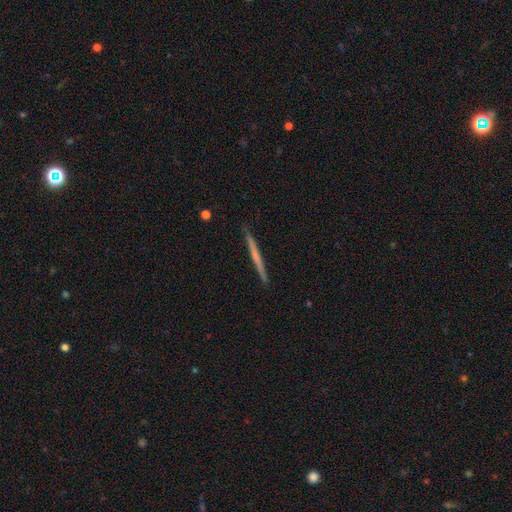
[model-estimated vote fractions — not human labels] featured or disk 48%, smooth 46%, star or artifact 5%. Down the decision tree: merging — none (92%).